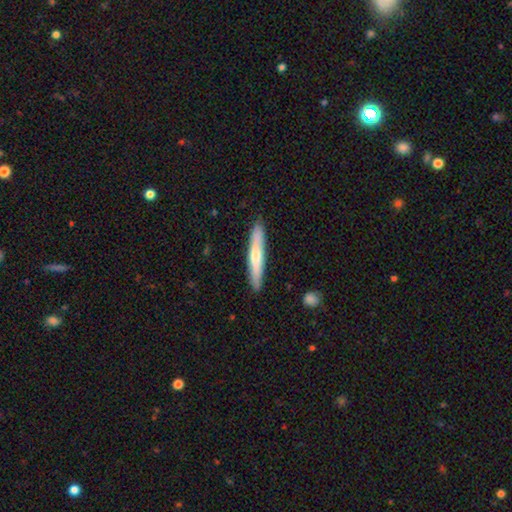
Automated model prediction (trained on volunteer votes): A smooth galaxy with no disk features (59%) that is cigar-shaped (93%). Merging: none (88%).